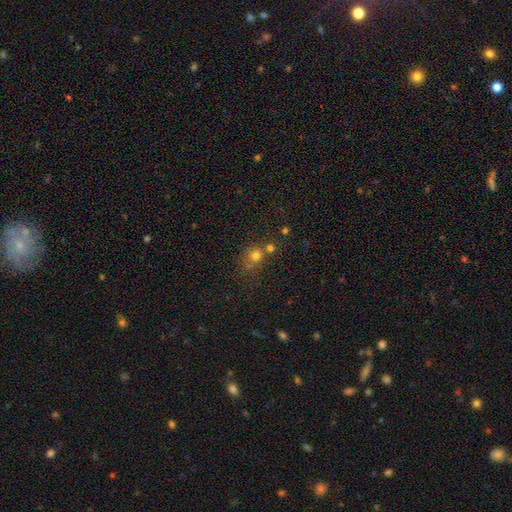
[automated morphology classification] Smooth or featured? Predicted: smooth (p=0.70). How rounded? Predicted: round (p=0.85). Merging? Predicted: none (p=0.55).